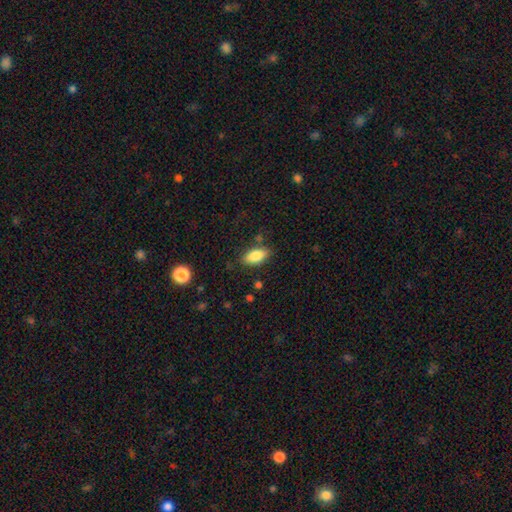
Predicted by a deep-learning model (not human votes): A smooth galaxy with no disk features (83%) that is in between round and cigar-shaped (89%).

Vote fractions:
- Smooth or featured? smooth: 83% / featured or disk: 10% / star or artifact: 7%
- How rounded? in between: 89% / cigar-shaped: 8% / round: 3%
- Merging? none: 80% / minor disturbance: 14% / major disturbance: 3% / merger: 3%